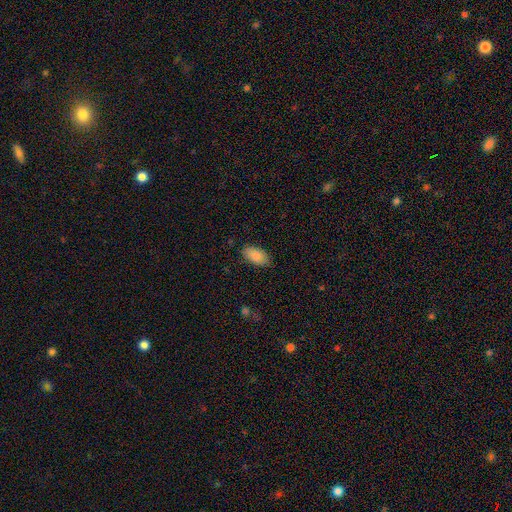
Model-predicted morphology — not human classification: Q: Smooth or featured?
A: smooth (89%); runner-up: star or artifact (7%)
Q: How rounded?
A: in between (94%); runner-up: round (3%)
Q: Merging?
A: none (82%); runner-up: minor disturbance (14%)